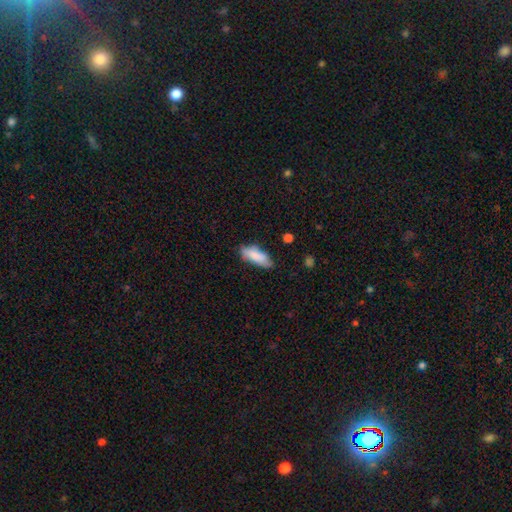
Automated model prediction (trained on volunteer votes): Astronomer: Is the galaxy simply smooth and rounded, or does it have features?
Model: smooth — 83%.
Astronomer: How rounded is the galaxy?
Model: in between — 71%.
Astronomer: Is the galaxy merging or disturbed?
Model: none — 65%.